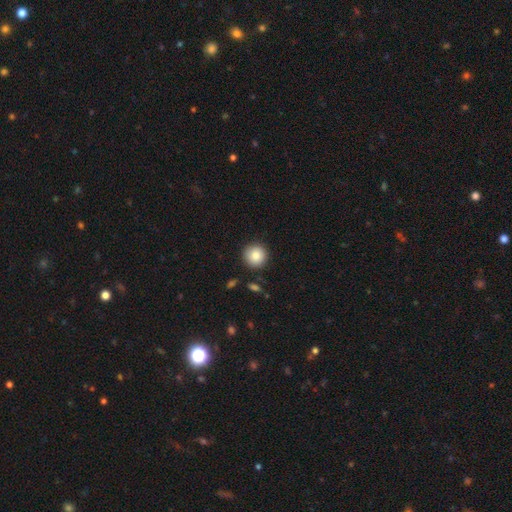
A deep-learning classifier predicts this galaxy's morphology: A smooth galaxy with no disk features (85%) that is round (95%).

Vote fractions:
- Smooth or featured? smooth: 85% / star or artifact: 9% / featured or disk: 6%
- How rounded? round: 95% / in between: 5% / cigar-shaped: 1%
- Merging? none: 89% / minor disturbance: 7% / merger: 2% / major disturbance: 2%